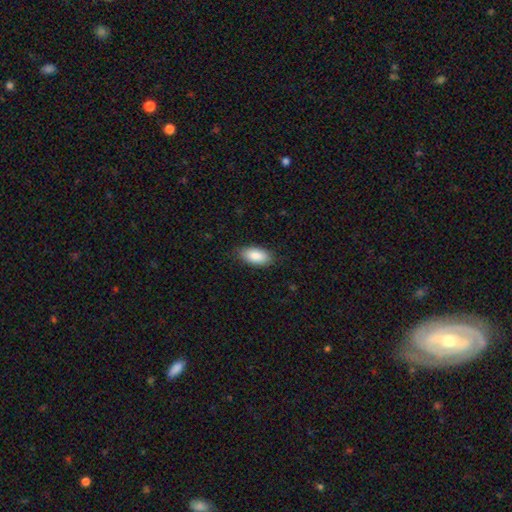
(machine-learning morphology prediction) This is clearly a smooth galaxy (88%). How rounded: clearly in between (92%). Merging: clearly none (84%).